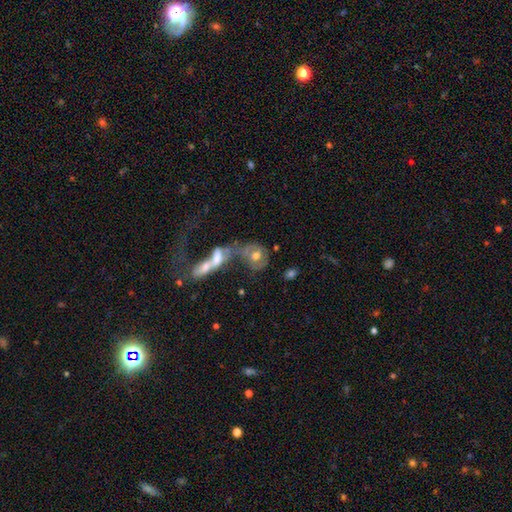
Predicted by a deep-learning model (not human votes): A featured or disk galaxy (49%). Merging: merger (61%).